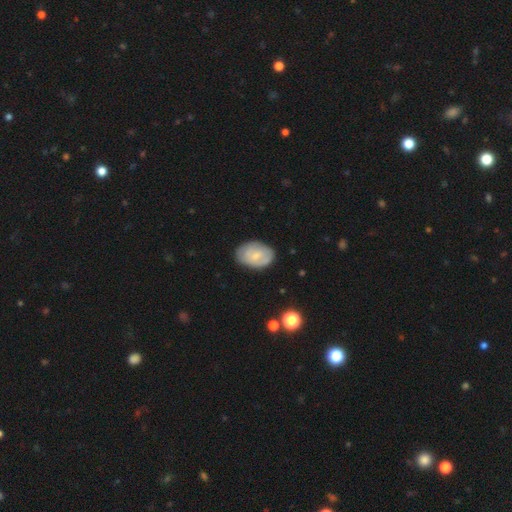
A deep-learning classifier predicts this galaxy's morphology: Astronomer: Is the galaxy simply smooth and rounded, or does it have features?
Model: smooth — 57% (runner-up: featured or disk, 37%).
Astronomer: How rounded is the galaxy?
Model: in between — 86%.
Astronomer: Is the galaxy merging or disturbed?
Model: none — 78%.